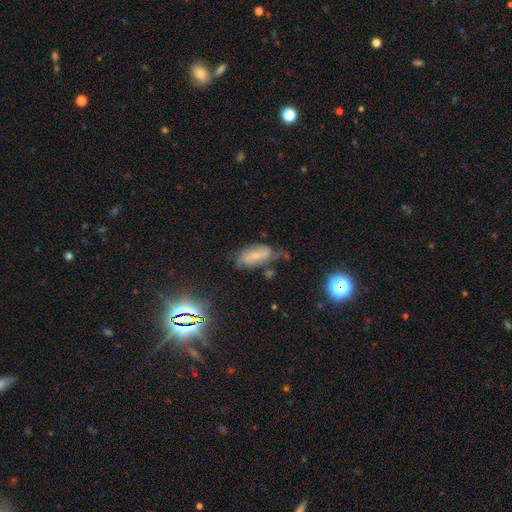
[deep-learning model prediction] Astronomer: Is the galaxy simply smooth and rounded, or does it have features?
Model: featured or disk — 49% (runner-up: smooth, 36%).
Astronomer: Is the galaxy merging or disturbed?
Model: none — 49% (runner-up: minor disturbance, 30%).